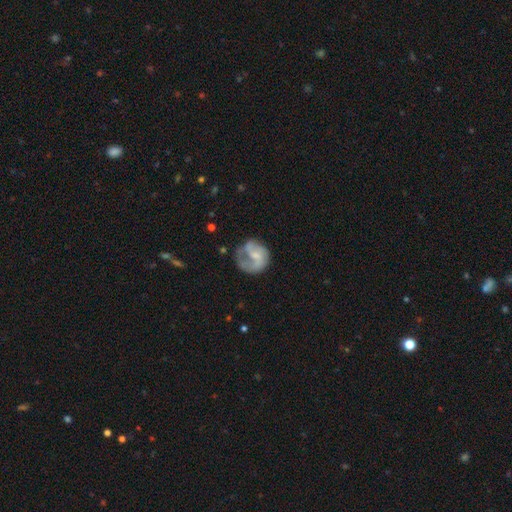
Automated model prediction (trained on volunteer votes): The model was most divided on "bulge size": small: 36%, none: 30%, moderate: 28%, large: 4%, dominant: 1%. Remaining: edge-on disk — no (98%); spiral arms — yes (67%); bar — no (56%); smooth or featured — featured or disk (55%); merging — none (42%).